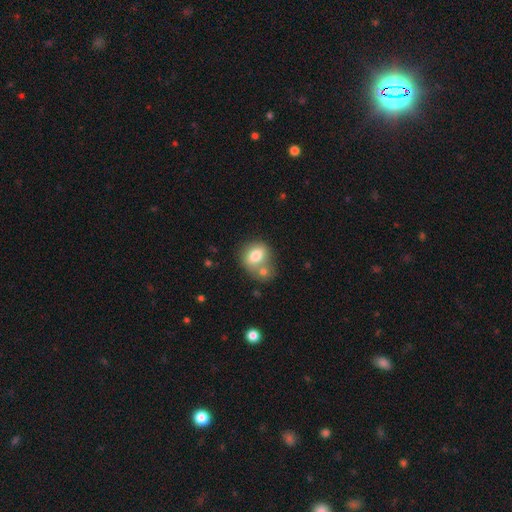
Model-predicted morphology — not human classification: The model was most divided on "how rounded": in between: 50%, round: 49%, cigar-shaped: 2%. Remaining: smooth or featured — smooth (74%); merging — none (43%).